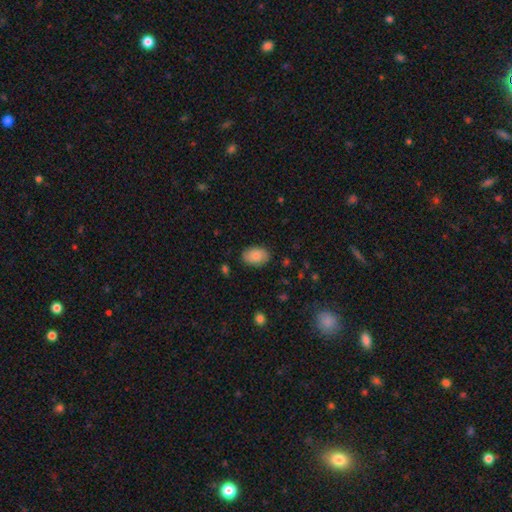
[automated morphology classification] Smooth or featured? Predicted: smooth (p=0.82). How rounded? Predicted: in between (p=0.87). Merging? Predicted: none (p=0.85).